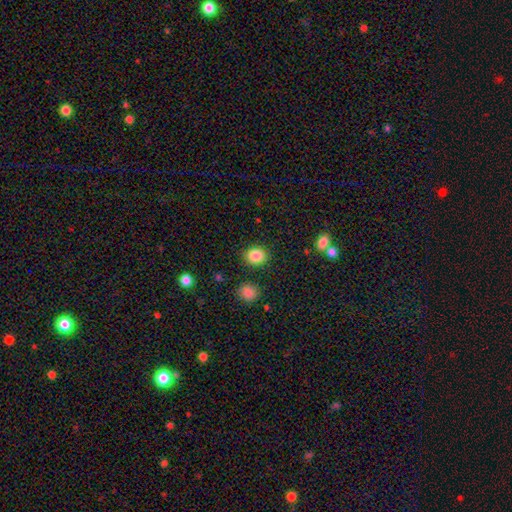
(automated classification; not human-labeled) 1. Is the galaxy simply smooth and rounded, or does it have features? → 86% smooth, 9% star or artifact, 5% featured or disk.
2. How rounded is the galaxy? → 71% round, 28% in between, 1% cigar-shaped.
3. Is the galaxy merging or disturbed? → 88% none, 7% minor disturbance, 2% major disturbance, 2% merger.